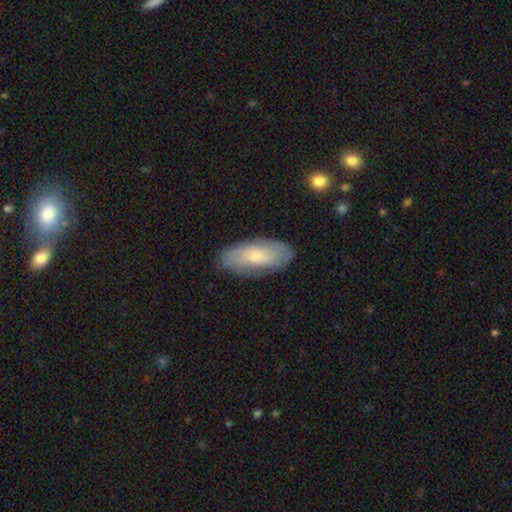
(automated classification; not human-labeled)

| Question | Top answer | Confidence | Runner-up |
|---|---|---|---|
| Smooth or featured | smooth | 56% | featured or disk (38%) |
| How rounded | in between | 86% | cigar-shaped (11%) |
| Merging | none | 76% | minor disturbance (18%) |